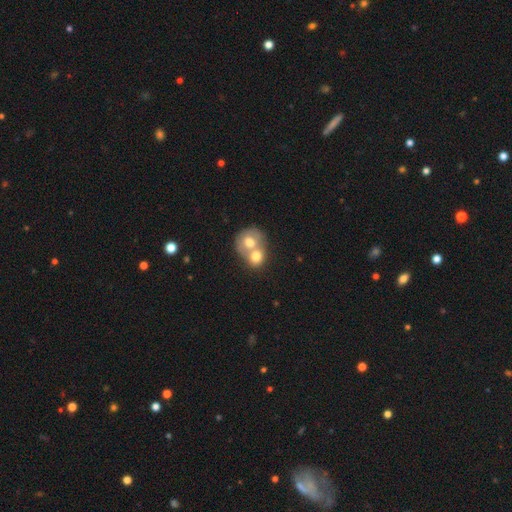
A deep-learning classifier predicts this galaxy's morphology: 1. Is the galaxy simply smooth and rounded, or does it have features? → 67% smooth, 25% featured or disk, 7% star or artifact.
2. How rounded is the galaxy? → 69% round, 30% in between, 1% cigar-shaped.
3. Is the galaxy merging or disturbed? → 75% merger, 17% none, 5% minor disturbance, 3% major disturbance.